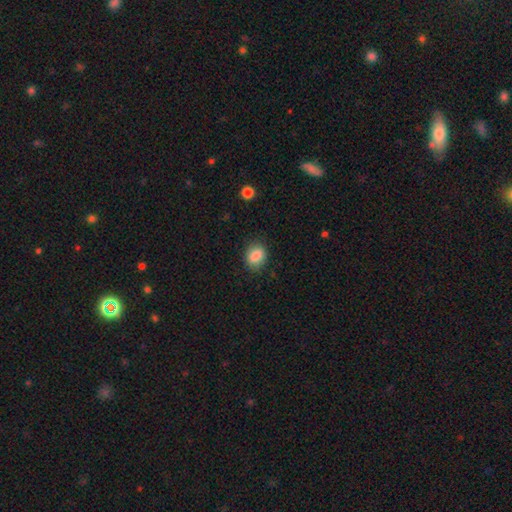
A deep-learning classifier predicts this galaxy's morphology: type=smooth (86%); roundness=in between (52%); merging=none (83%).